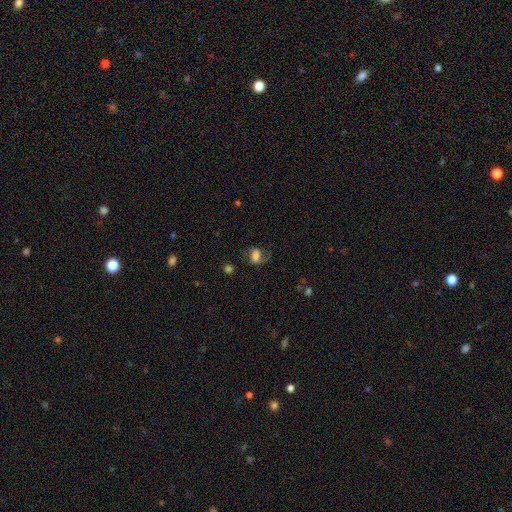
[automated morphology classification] This appears to be a featured or disk galaxy (46%). Merging: none (56%).